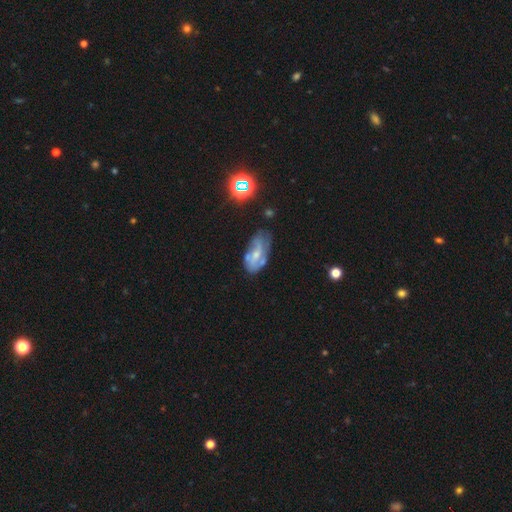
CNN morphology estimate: Q: Smooth or featured?
A: featured or disk (59%); runner-up: smooth (31%)
Q: Edge-on disk?
A: no (94%); runner-up: yes (6%)
Q: Bar?
A: no (59%); runner-up: weak (34%)
Q: Spiral arms?
A: yes (66%); runner-up: no (34%)
Q: Bulge size?
A: small (49%); runner-up: moderate (38%)
Q: Merging?
A: none (44%); runner-up: minor disturbance (32%)